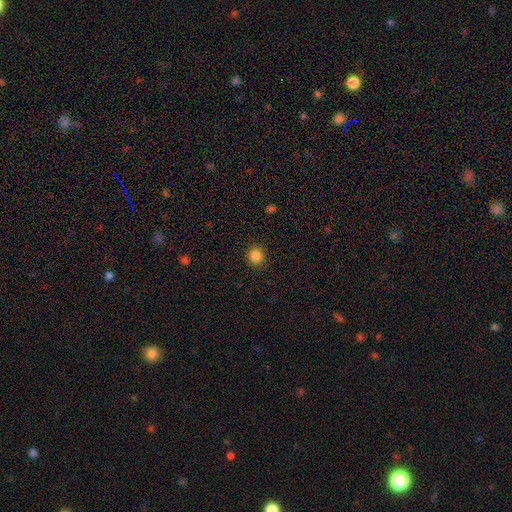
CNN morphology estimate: smooth_or_featured: smooth (p=0.85) [alt: star or artifact p=0.11]
how_rounded: round (p=0.92) [alt: in between p=0.07]
merging: none (p=0.92) [alt: minor disturbance p=0.05]